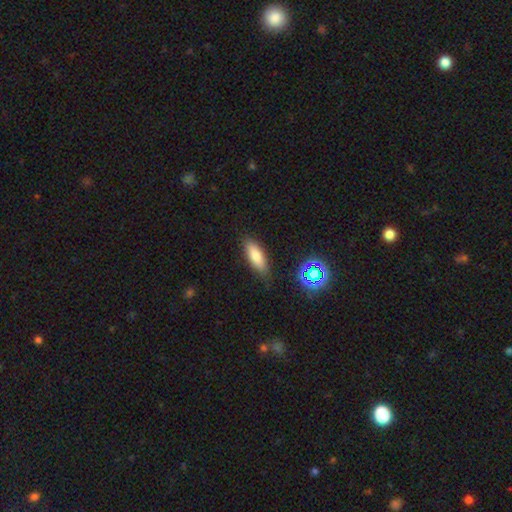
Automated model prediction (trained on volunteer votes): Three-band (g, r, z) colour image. It shows a smooth galaxy with no disk features (78%) that is in between round and cigar-shaped (62%). Merging: none (81%).